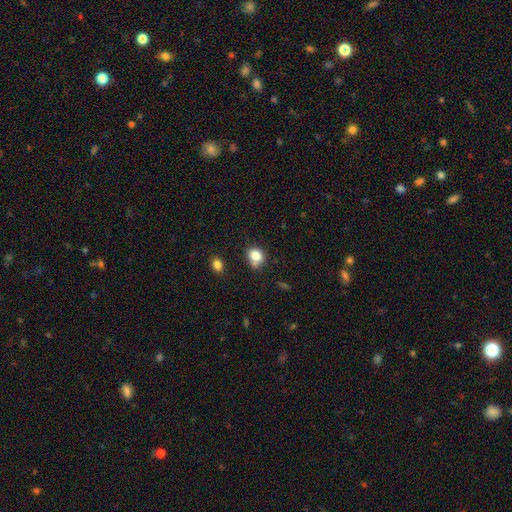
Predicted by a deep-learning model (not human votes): The model was most divided on "how rounded": round: 65%, in between: 34%, cigar-shaped: 1%. More confident: smooth or featured — smooth (81%); merging — none (58%).